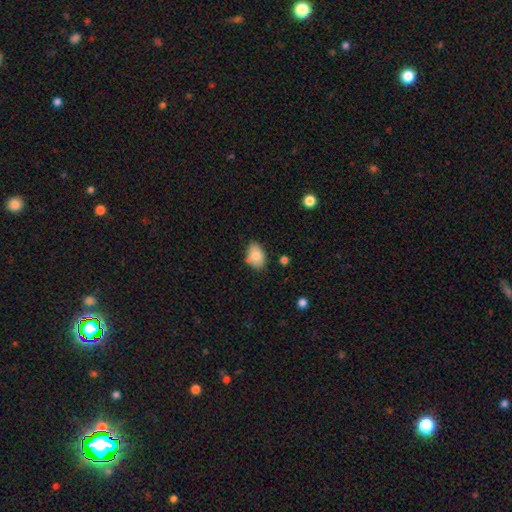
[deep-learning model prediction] The model was most divided on "merging": none: 67%, minor disturbance: 21%, merger: 9%, major disturbance: 4%. More confident: how rounded — in between (82%); smooth or featured — smooth (79%).